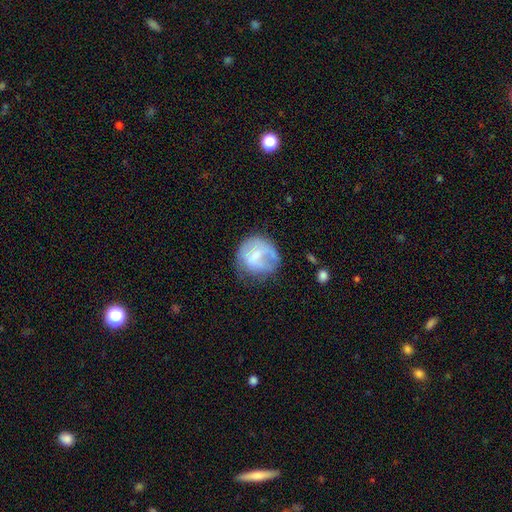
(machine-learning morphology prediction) Q: Smooth or featured?
A: smooth (54%); runner-up: featured or disk (38%)
Q: How rounded?
A: round (82%); runner-up: in between (17%)
Q: Merging?
A: none (47%); runner-up: minor disturbance (27%)